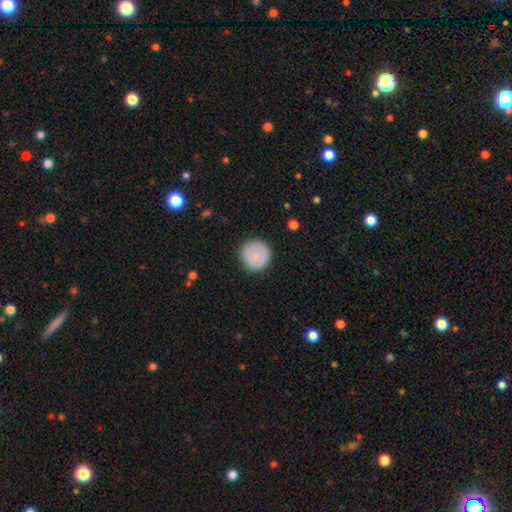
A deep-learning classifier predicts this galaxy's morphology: Smooth or featured: smooth — 81% (featured or disk — 12%)
How rounded: round — 95% (in between — 4%)
Merging: none — 87% (minor disturbance — 9%)